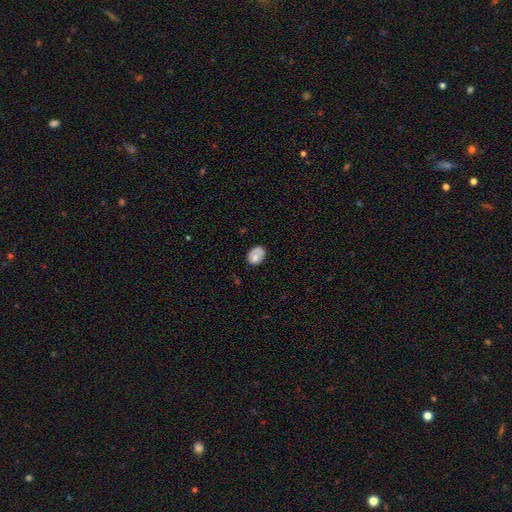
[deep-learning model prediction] This is likely a smooth galaxy (68%). How rounded: likely in between (65%). Merging: possibly none (56%).